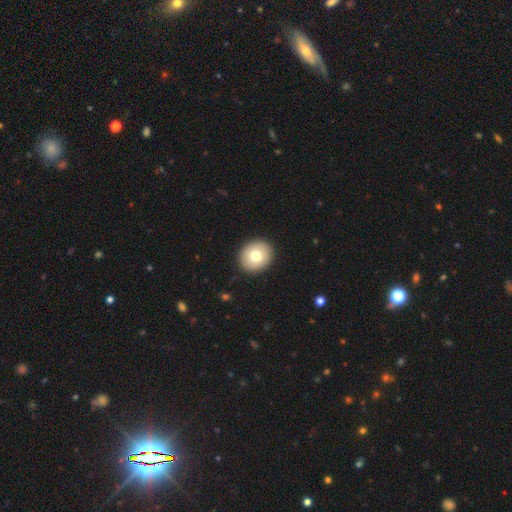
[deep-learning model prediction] A smooth galaxy with no disk features (77%) that is round (76%).

Vote fractions:
- Smooth or featured? smooth: 77% / featured or disk: 16% / star or artifact: 8%
- How rounded? round: 76% / in between: 24% / cigar-shaped: 1%
- Merging? none: 92% / minor disturbance: 5% / major disturbance: 2% / merger: 1%